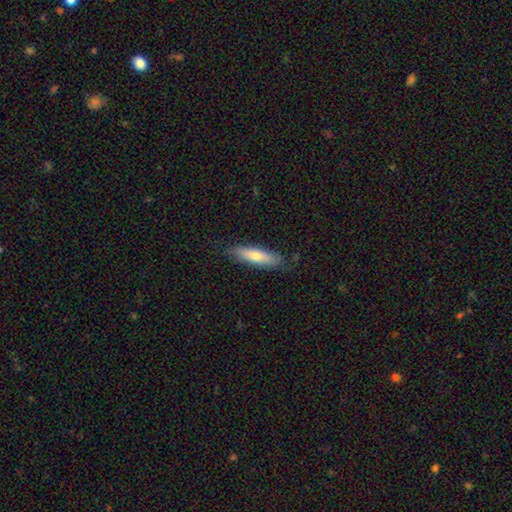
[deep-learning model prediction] Smooth or featured? Predicted: smooth (p=0.67). How rounded? Predicted: cigar-shaped (p=0.72). Merging? Predicted: none (p=0.84).